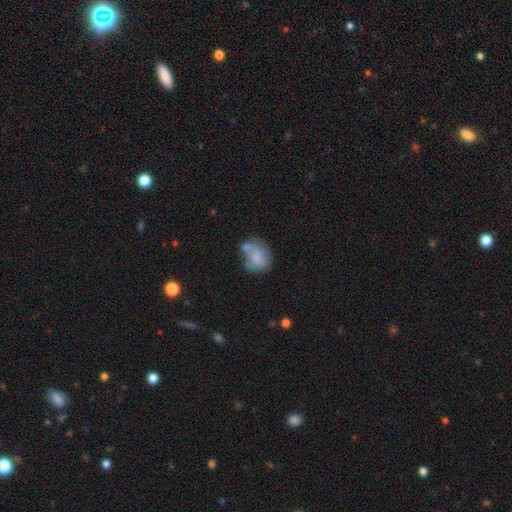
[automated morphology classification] A smooth galaxy with no disk features (61%) that is in between round and cigar-shaped (65%).

Vote fractions:
- Smooth or featured? smooth: 61% / featured or disk: 29% / star or artifact: 10%
- How rounded? in between: 65% / round: 34% / cigar-shaped: 1%
- Merging? none: 37% / minor disturbance: 25% / merger: 22% / major disturbance: 16%